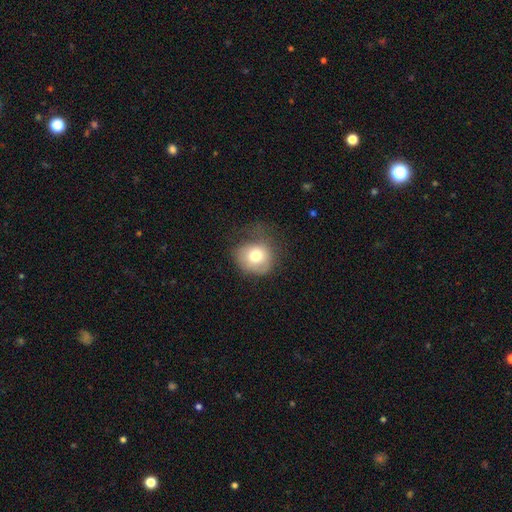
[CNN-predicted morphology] A smooth galaxy with no disk features (72%) that is round (78%). Merging: none (46%).